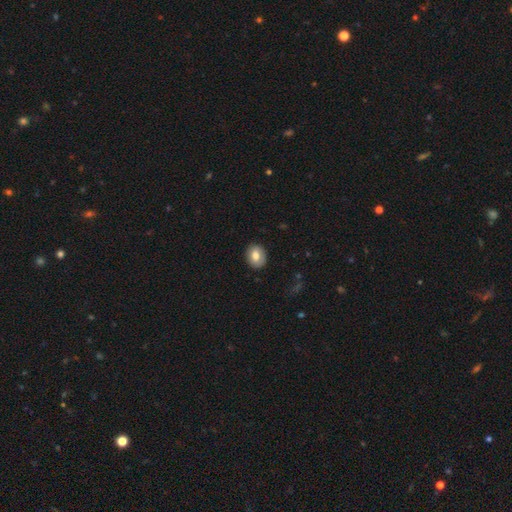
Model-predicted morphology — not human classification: The model was most divided on "how rounded": round: 50%, in between: 49%, cigar-shaped: 1%. More confident: merging — none (88%); smooth or featured — smooth (76%).